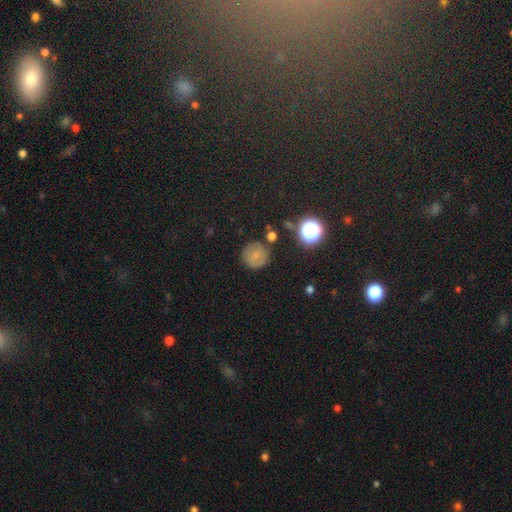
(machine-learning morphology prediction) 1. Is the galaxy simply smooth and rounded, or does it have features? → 68% smooth, 16% star or artifact, 16% featured or disk.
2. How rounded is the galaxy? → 92% round, 7% in between, 1% cigar-shaped.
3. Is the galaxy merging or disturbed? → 79% none, 13% minor disturbance, 4% major disturbance, 4% merger.